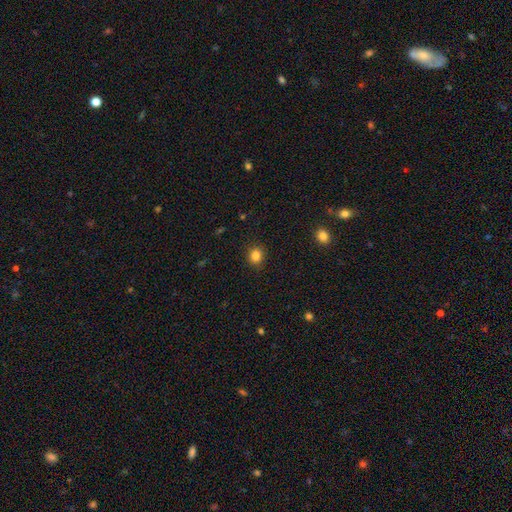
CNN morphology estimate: Smooth or featured: smooth — 84% (star or artifact — 12%)
How rounded: round — 80% (in between — 19%)
Merging: none — 90% (minor disturbance — 7%)